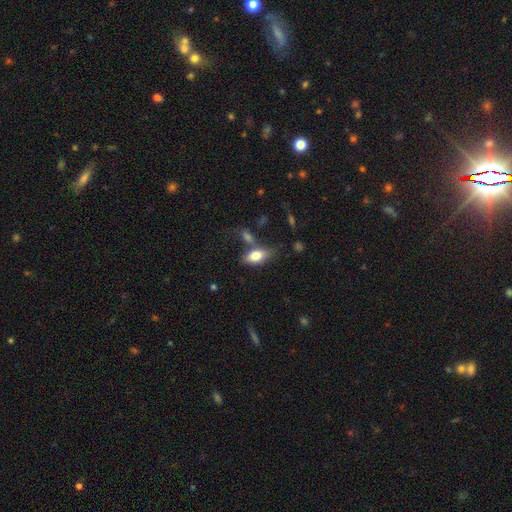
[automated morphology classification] The model was most divided on "merging": none: 57%, minor disturbance: 18%, merger: 18%, major disturbance: 7%. More confident: how rounded — in between (89%); smooth or featured — smooth (78%).